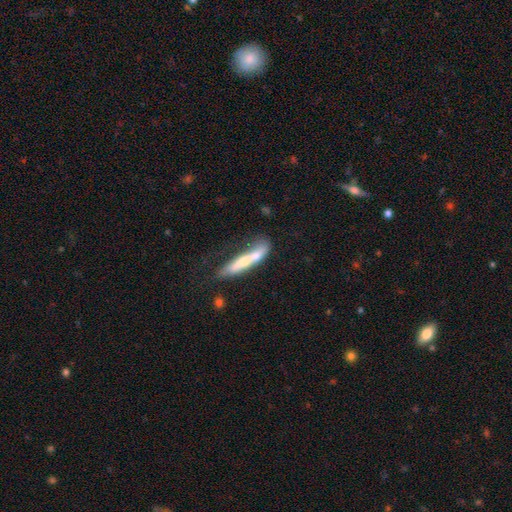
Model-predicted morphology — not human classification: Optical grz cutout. It shows a smooth galaxy with no disk features (58%) that is cigar-shaped (86%). Merging: none (36%).